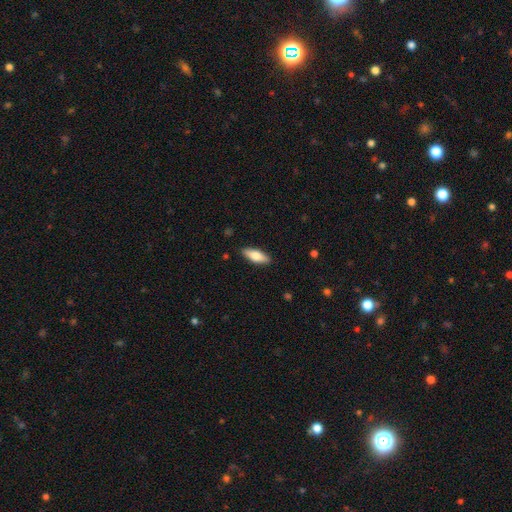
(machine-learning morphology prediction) Smooth or featured? Predicted: smooth (p=0.71). How rounded? Predicted: in between (p=0.68). Merging? Predicted: none (p=0.88).